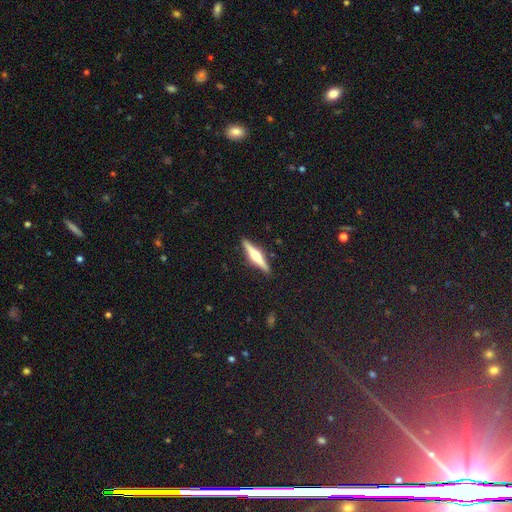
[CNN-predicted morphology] The model was most divided on "smooth or featured": featured or disk: 72%, smooth: 23%, star or artifact: 5%. More confident: edge-on disk — yes (98%); merging — none (91%); edge-on bulge — rounded (90%).